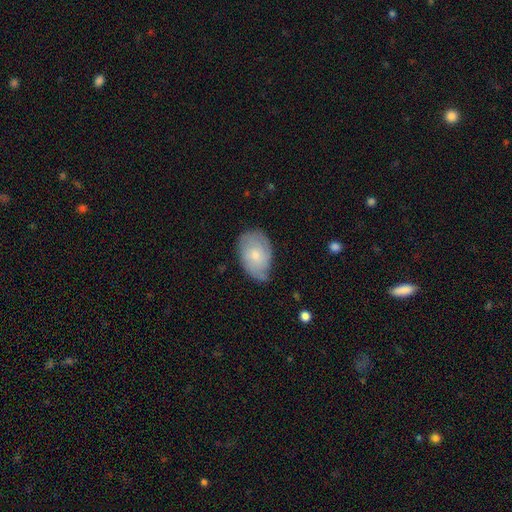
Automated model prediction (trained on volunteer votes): Overall: smooth (51%; featured or disk 43%). How rounded: in between (84%). Merging: none (59%; minor disturbance 33%).